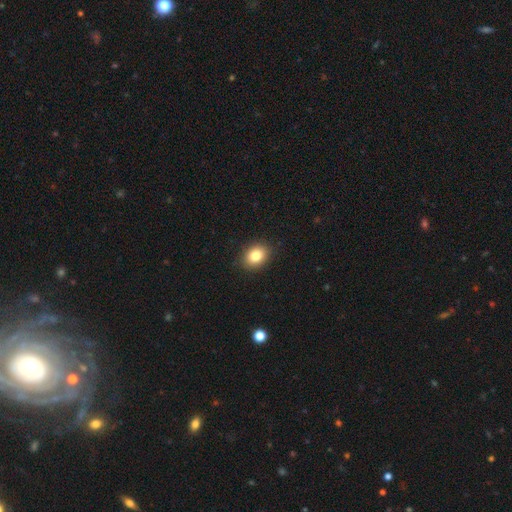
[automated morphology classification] Q: Smooth or featured?
A: smooth (83%); runner-up: star or artifact (10%)
Q: How rounded?
A: in between (58%); runner-up: round (41%)
Q: Merging?
A: none (89%); runner-up: minor disturbance (8%)